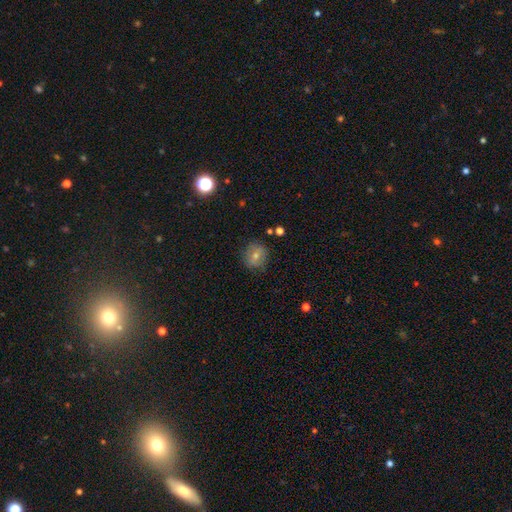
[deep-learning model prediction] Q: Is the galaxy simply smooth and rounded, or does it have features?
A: smooth — 52%.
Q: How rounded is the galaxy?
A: round — 80%.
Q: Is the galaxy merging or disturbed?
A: none — 83%.